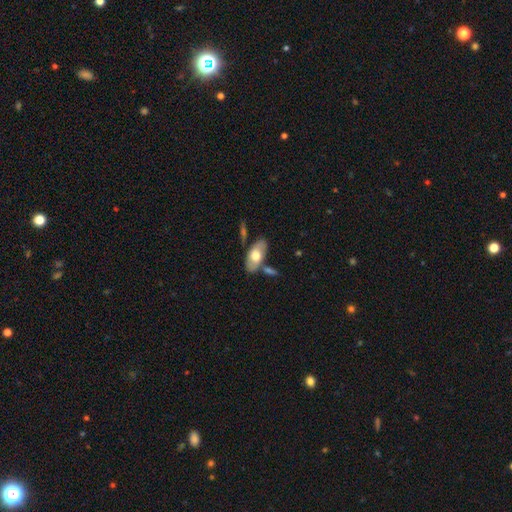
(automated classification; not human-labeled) Smooth or featured? Predicted: smooth (p=0.56). How rounded? Predicted: in between (p=0.92). Merging? Predicted: none (p=0.68).